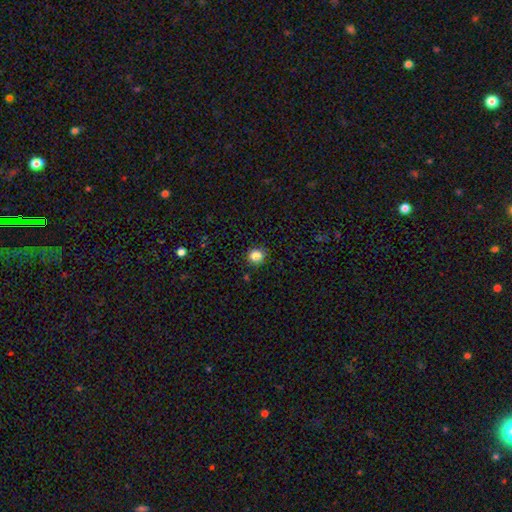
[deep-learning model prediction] Smooth or featured?
  - smooth: 85% *
  - star or artifact: 11%
  - featured or disk: 5%
How rounded?
  - round: 87% *
  - in between: 13%
  - cigar-shaped: 1%
Merging?
  - none: 89% *
  - minor disturbance: 8%
  - major disturbance: 2%
  - merger: 1%